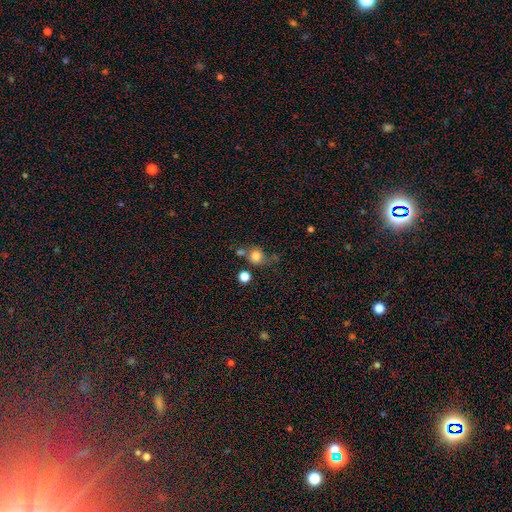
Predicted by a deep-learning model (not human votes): smooth_or_featured: smooth (p=0.79) [alt: star or artifact p=0.13]
how_rounded: round (p=0.83) [alt: in between p=0.16]
merging: none (p=0.56) [alt: merger p=0.20]